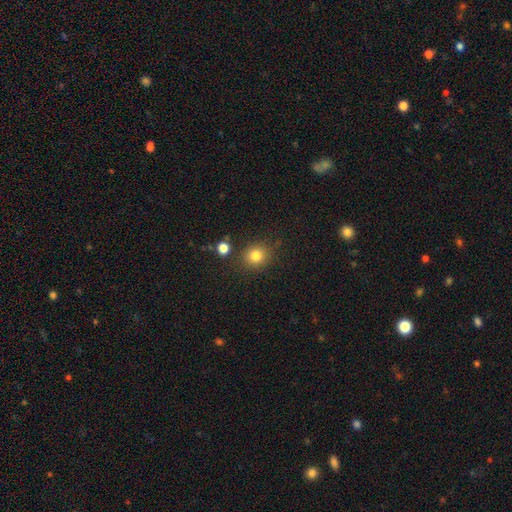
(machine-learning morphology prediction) smooth 82%, star or artifact 12%, featured or disk 6%. Down the decision tree: how rounded — round (81%); merging — none (82%).